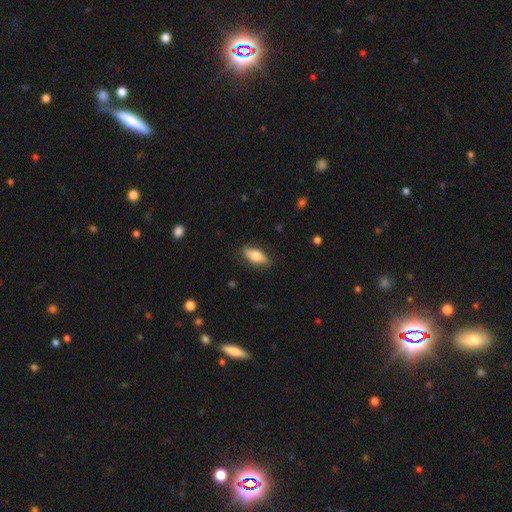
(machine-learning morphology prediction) smooth 74%, featured or disk 20%, star or artifact 6%. Down the decision tree: how rounded — in between (84%); merging — none (85%).